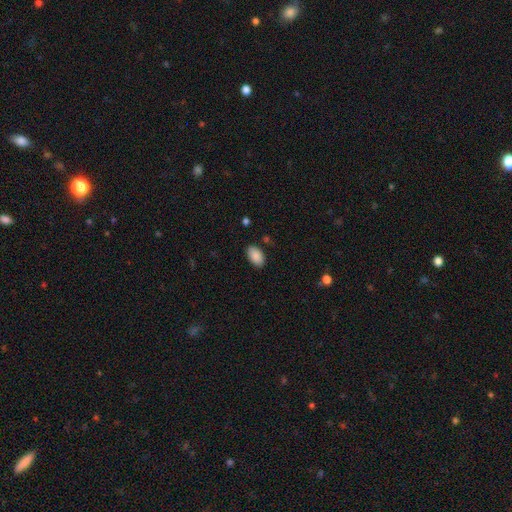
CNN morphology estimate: This appears to be a smooth galaxy with no disk features (89%) that is in between round and cigar-shaped (94%). Merging: none (87%).